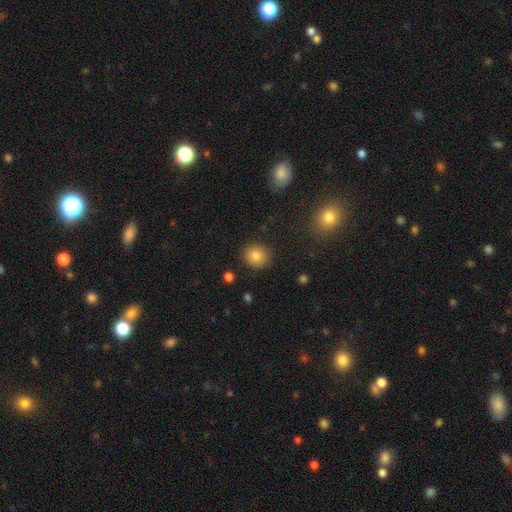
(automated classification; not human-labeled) Smooth or featured?
  - smooth: 84% *
  - star or artifact: 10%
  - featured or disk: 6%
How rounded?
  - round: 85% *
  - in between: 14%
  - cigar-shaped: 1%
Merging?
  - none: 88% *
  - minor disturbance: 8%
  - major disturbance: 3%
  - merger: 2%